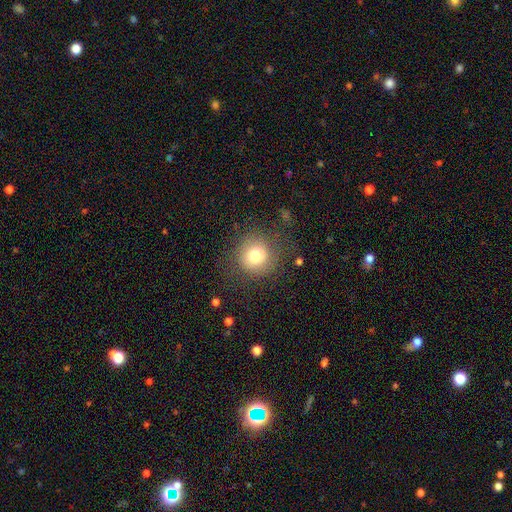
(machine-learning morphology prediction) smooth_or_featured: smooth (p=0.75) [alt: featured or disk p=0.13]
how_rounded: round (p=0.90) [alt: in between p=0.09]
merging: none (p=0.75) [alt: minor disturbance p=0.14]